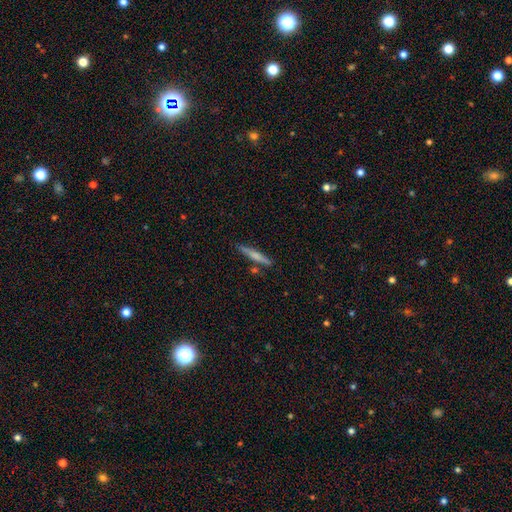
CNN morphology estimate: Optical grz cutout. It shows a smooth galaxy with no disk features (56%) that is cigar-shaped (93%). Merging: none (82%).